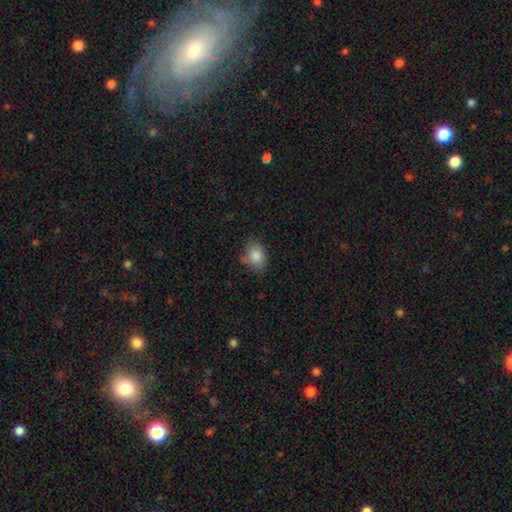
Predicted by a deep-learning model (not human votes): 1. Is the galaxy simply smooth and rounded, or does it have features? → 86% smooth, 8% star or artifact, 6% featured or disk.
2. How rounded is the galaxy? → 72% in between, 27% round, 1% cigar-shaped.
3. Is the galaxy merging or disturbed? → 73% none, 20% minor disturbance, 4% major disturbance, 3% merger.